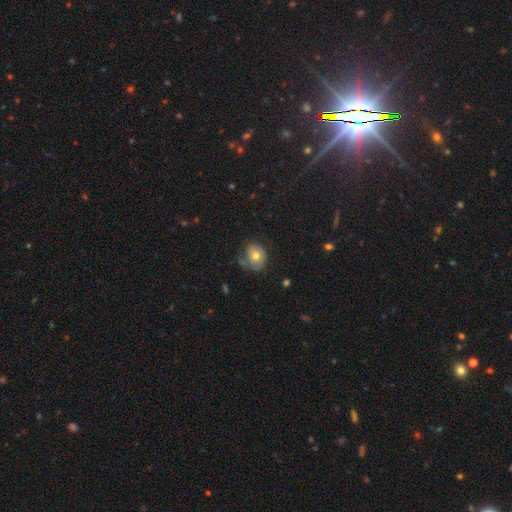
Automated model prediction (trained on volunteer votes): The model was most divided on "merging": none: 55%, minor disturbance: 28%, major disturbance: 14%, merger: 3%. More confident: how rounded — round (67%); smooth or featured — smooth (60%).